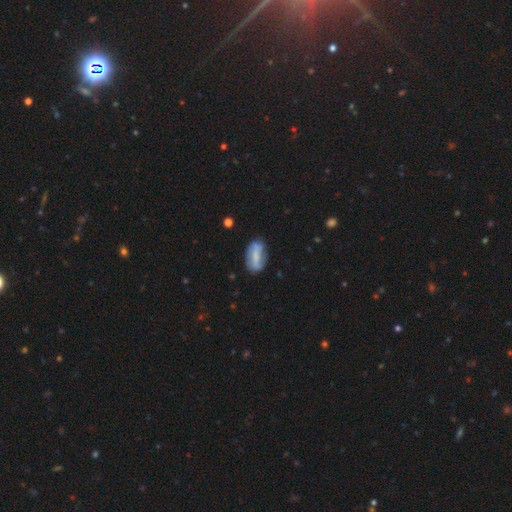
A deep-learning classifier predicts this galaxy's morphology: smooth_or_featured: smooth (p=0.52) [alt: featured or disk p=0.41]
how_rounded: in between (p=0.86) [alt: cigar-shaped p=0.10]
merging: none (p=0.72) [alt: minor disturbance p=0.20]